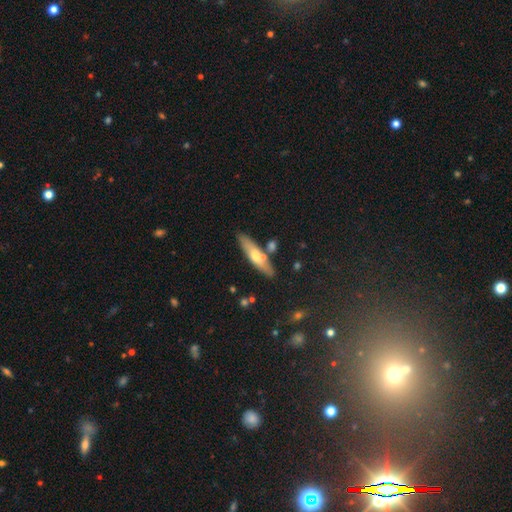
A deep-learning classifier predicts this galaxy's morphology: The model was most divided on "smooth or featured": smooth: 53%, featured or disk: 40%, star or artifact: 7%. More confident: merging — none (78%); how rounded — cigar-shaped (77%).